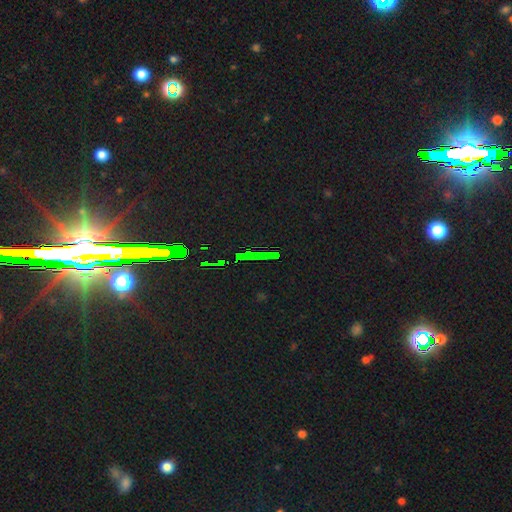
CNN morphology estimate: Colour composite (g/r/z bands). It shows a star or artifact, not a galaxy (77%).